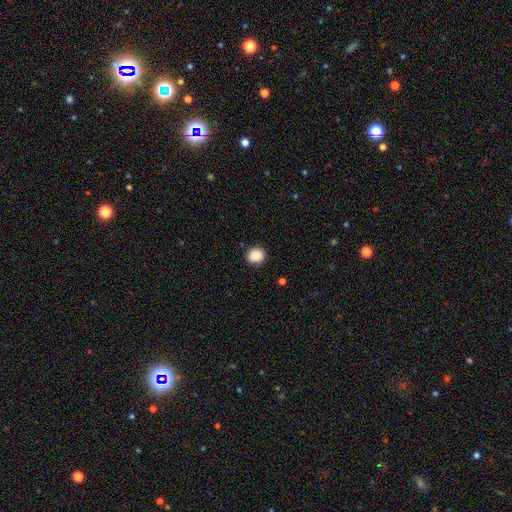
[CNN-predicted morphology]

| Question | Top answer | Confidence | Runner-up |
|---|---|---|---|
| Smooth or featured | smooth | 88% | star or artifact (9%) |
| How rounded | round | 86% | in between (13%) |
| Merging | none | 89% | minor disturbance (7%) |